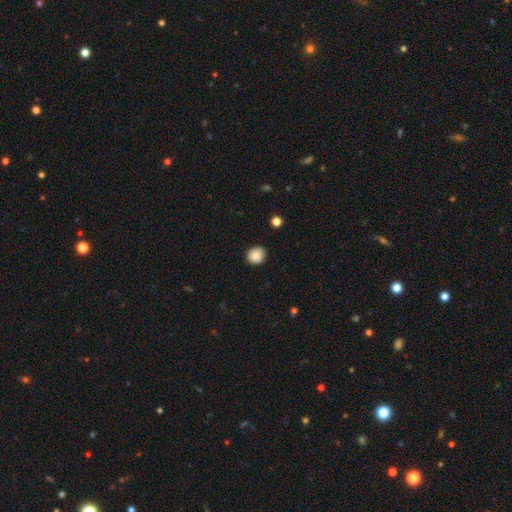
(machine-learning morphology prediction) Overall: smooth (85%). How rounded: round (86%). Merging: none (88%).